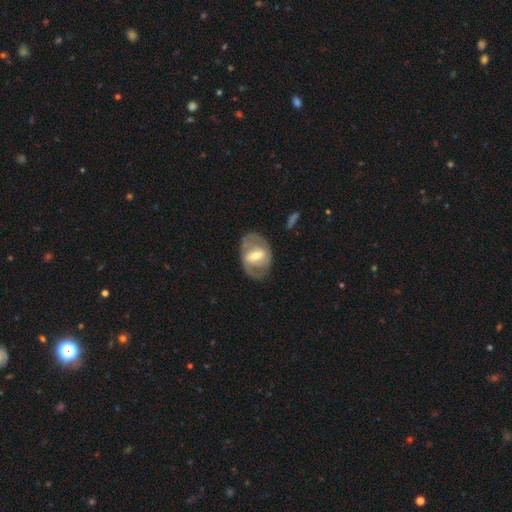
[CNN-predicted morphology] Smooth or featured? featured or disk (70%)
Edge-on disk? no (94%)
Bar? strong (44%)
Spiral arms? yes (67%)
Bulge size? moderate (58%)
Merging? none (71%)